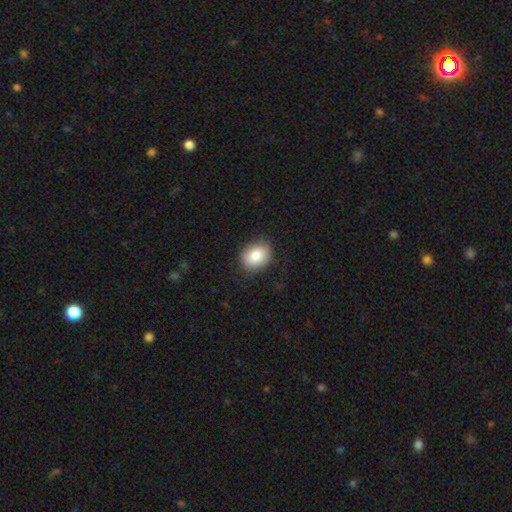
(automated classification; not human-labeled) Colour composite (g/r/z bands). It shows a smooth galaxy with no disk features (84%) that is in between round and cigar-shaped (55%). Merging: none (85%).